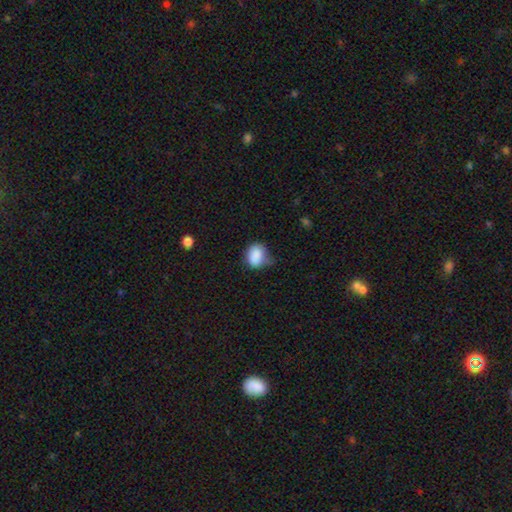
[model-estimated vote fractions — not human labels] Smooth or featured? smooth (85%)
How rounded? in between (52%)
Merging? none (42%)